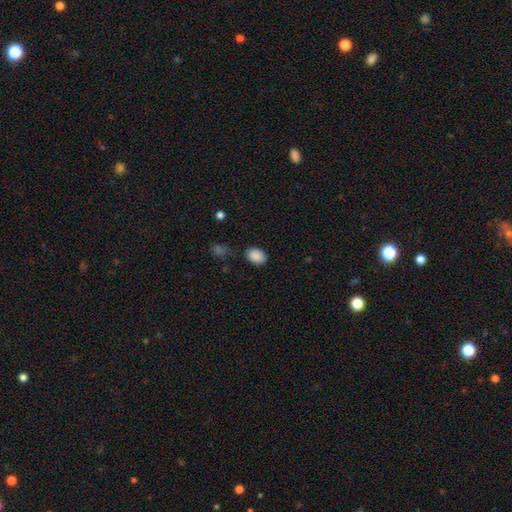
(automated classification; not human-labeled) Smooth or featured? Predicted: smooth (p=0.89). How rounded? Predicted: in between (p=0.77). Merging? Predicted: none (p=0.75).